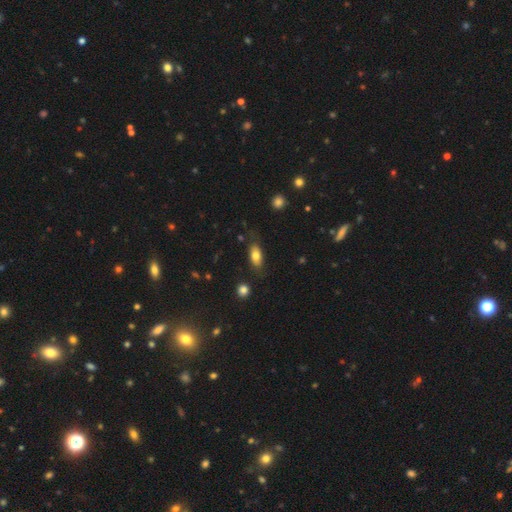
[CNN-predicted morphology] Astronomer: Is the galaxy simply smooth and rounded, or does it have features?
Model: smooth — 76%.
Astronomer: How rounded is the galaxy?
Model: in between — 86%.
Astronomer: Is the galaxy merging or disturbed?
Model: none — 76%.